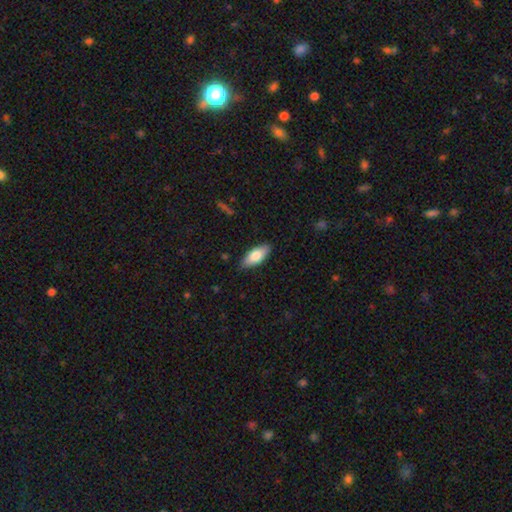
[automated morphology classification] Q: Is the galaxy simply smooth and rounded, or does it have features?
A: smooth — 78%.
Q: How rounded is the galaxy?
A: in between — 84%.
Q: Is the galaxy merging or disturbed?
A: none — 86%.